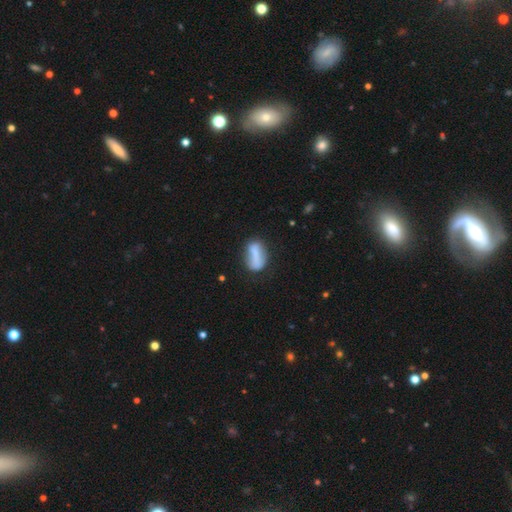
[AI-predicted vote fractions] smooth-or-featured: smooth: 66% | featured or disk: 26% | star or artifact: 8%
  how-rounded: in between: 78% | cigar-shaped: 14% | round: 8%
  merging: none: 57% | minor disturbance: 25% | major disturbance: 10% | merger: 8%